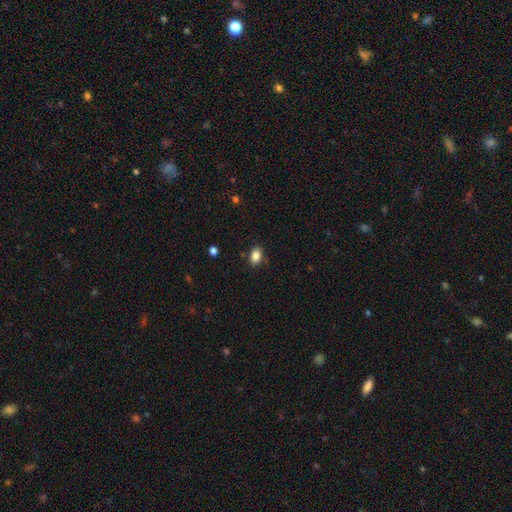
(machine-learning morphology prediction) This is clearly a smooth galaxy (86%). How rounded: clearly in between (82%). Merging: clearly none (85%).